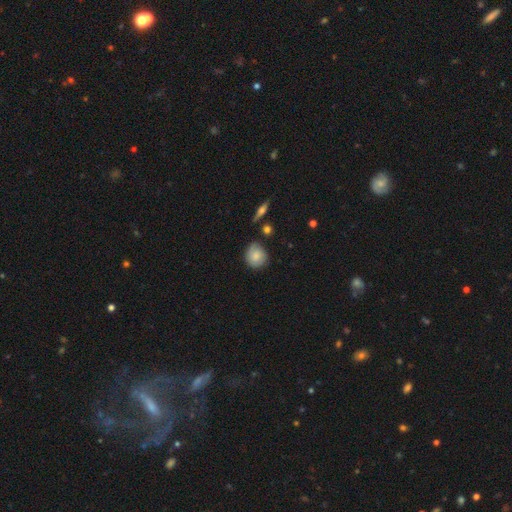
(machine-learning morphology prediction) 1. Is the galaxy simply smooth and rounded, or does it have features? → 79% smooth, 13% featured or disk, 7% star or artifact.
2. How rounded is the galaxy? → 79% round, 19% in between, 1% cigar-shaped.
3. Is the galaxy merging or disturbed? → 74% none, 20% minor disturbance, 4% major disturbance, 3% merger.